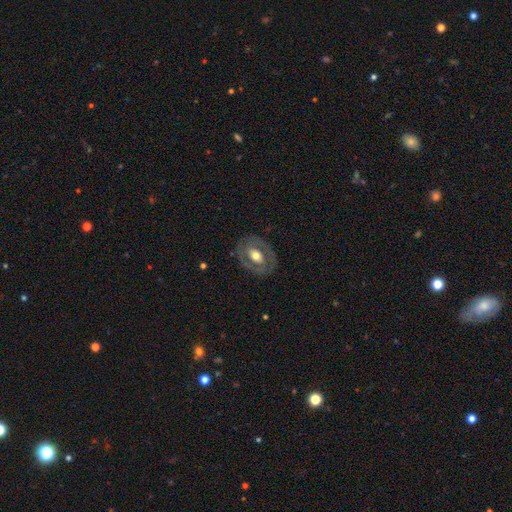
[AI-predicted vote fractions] The model was most divided on "smooth or featured": featured or disk: 60%, smooth: 34%, star or artifact: 6%. More confident: edge-on disk — no (93%); merging — none (79%); spiral arms — no (71%); bulge size — moderate (67%); bar — no (62%).